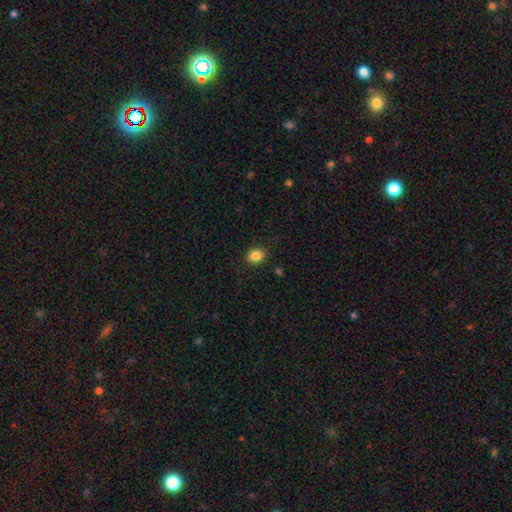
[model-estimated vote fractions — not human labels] smooth-or-featured: smooth: 85% | star or artifact: 10% | featured or disk: 5%
  how-rounded: round: 67% | in between: 32% | cigar-shaped: 1%
  merging: none: 89% | minor disturbance: 8% | major disturbance: 2% | merger: 1%